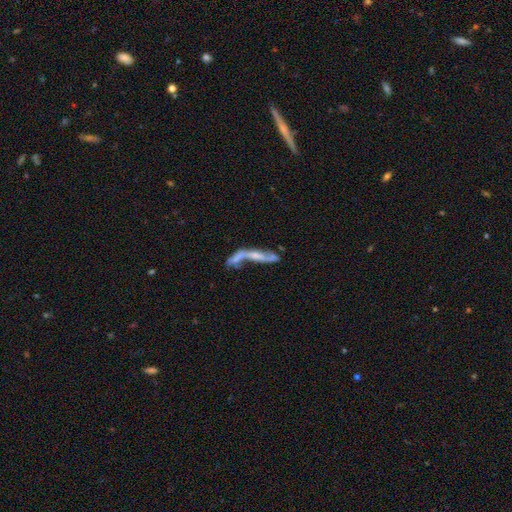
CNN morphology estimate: smooth_or_featured: featured or disk (p=0.64) [alt: smooth p=0.26]
disk_edge_on: no (p=0.62) [alt: yes p=0.38]
merging: merger (p=0.39) [alt: none p=0.26]